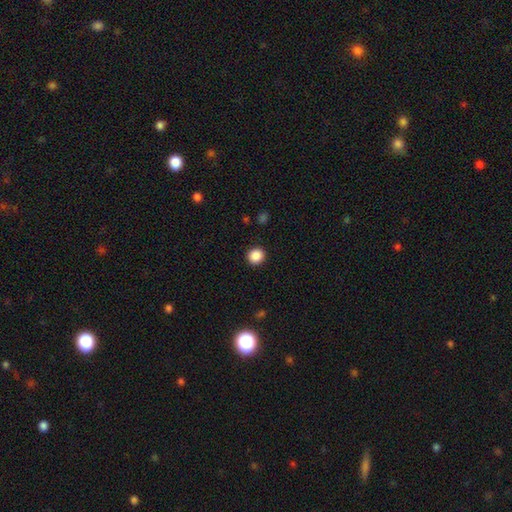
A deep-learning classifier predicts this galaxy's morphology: smooth_or_featured: smooth (p=0.87) [alt: star or artifact p=0.10]
how_rounded: round (p=0.90) [alt: in between p=0.10]
merging: none (p=0.92) [alt: minor disturbance p=0.05]